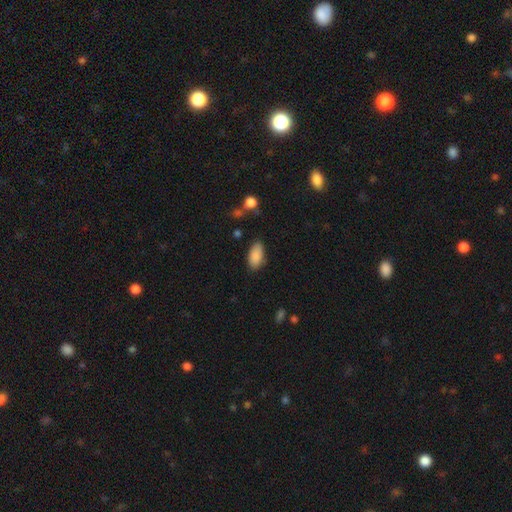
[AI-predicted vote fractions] A smooth galaxy with no disk features (88%) that is in between round and cigar-shaped (92%).

Vote fractions:
- Smooth or featured? smooth: 88% / star or artifact: 7% / featured or disk: 5%
- How rounded? in between: 92% / cigar-shaped: 5% / round: 3%
- Merging? none: 79% / minor disturbance: 16% / major disturbance: 3% / merger: 2%